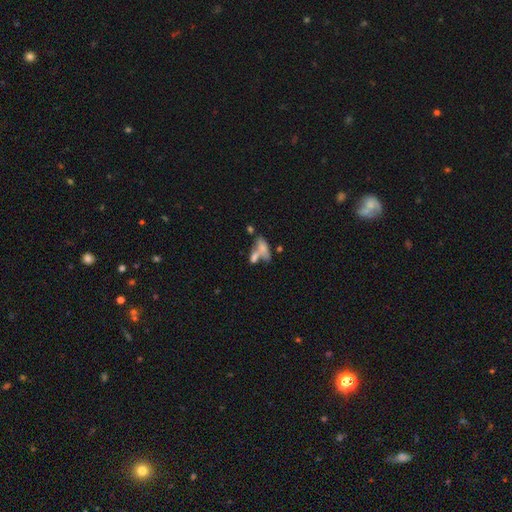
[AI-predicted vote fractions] This appears to be a smooth galaxy with no disk features (51%) that is in between round and cigar-shaped (71%). Merging: merger (54%).